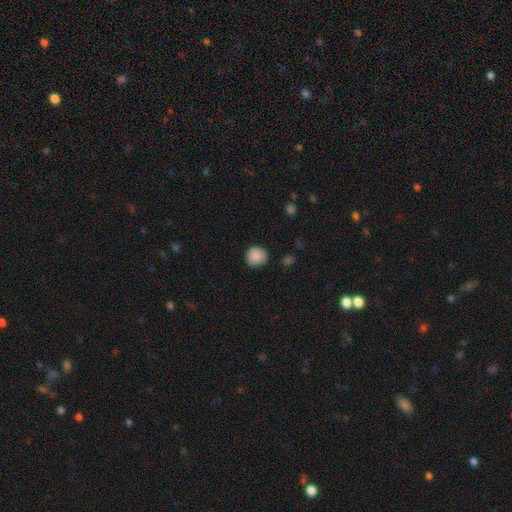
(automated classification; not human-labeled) smooth-or-featured: smooth: 88% | star or artifact: 8% | featured or disk: 4%
  how-rounded: round: 91% | in between: 8% | cigar-shaped: 1%
  merging: none: 80% | minor disturbance: 16% | major disturbance: 3% | merger: 1%